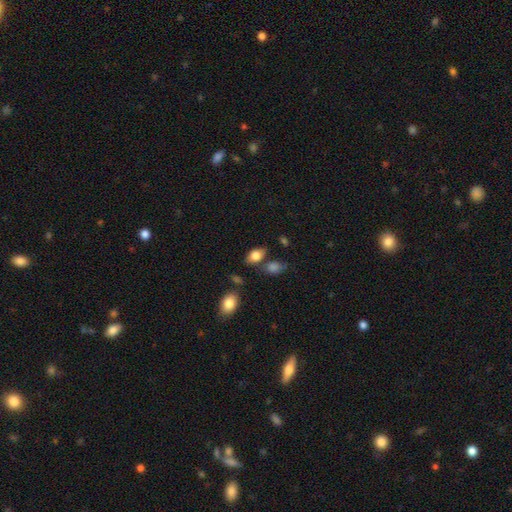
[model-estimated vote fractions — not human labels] This appears to be a smooth galaxy with no disk features (80%) that is in between round and cigar-shaped (84%). Merging: none (66%).